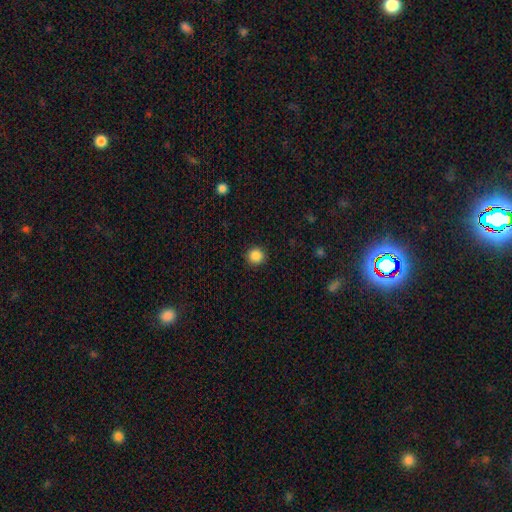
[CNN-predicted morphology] Q: Smooth or featured?
A: smooth (87%); runner-up: star or artifact (10%)
Q: How rounded?
A: round (93%); runner-up: in between (6%)
Q: Merging?
A: none (92%); runner-up: minor disturbance (5%)